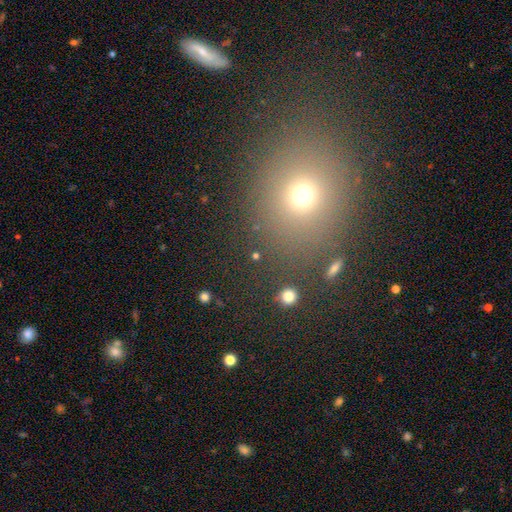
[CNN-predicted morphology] The model was most divided on "smooth or featured": smooth: 56%, star or artifact: 34%, featured or disk: 9%. More confident: how rounded — round (84%); merging — none (83%).